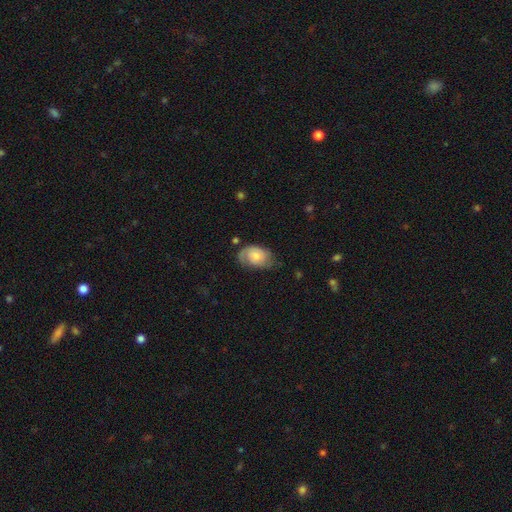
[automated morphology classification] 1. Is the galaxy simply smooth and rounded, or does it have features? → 50% smooth, 43% featured or disk, 7% star or artifact.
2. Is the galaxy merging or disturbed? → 52% none, 32% minor disturbance, 14% major disturbance, 2% merger.